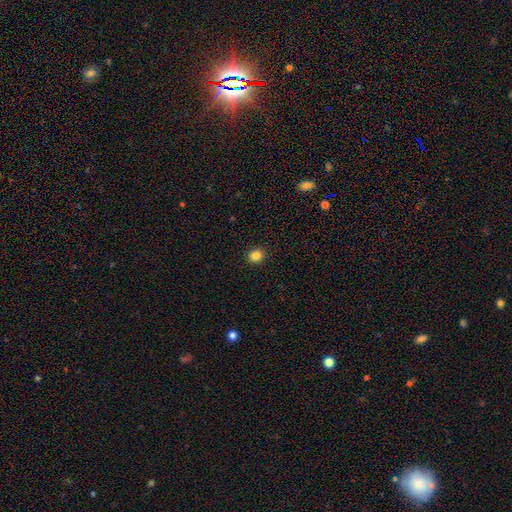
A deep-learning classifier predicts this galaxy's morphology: Smooth or featured?
  - smooth: 84% *
  - star or artifact: 11%
  - featured or disk: 5%
How rounded?
  - round: 70% *
  - in between: 29%
  - cigar-shaped: 1%
Merging?
  - none: 91% *
  - minor disturbance: 6%
  - major disturbance: 2%
  - merger: 1%